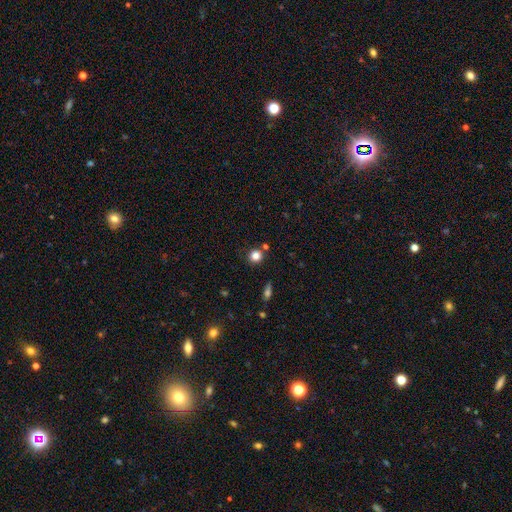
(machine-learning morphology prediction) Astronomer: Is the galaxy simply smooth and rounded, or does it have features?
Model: smooth — 82%.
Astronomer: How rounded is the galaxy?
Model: round — 91%.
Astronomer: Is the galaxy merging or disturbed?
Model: none — 83%.